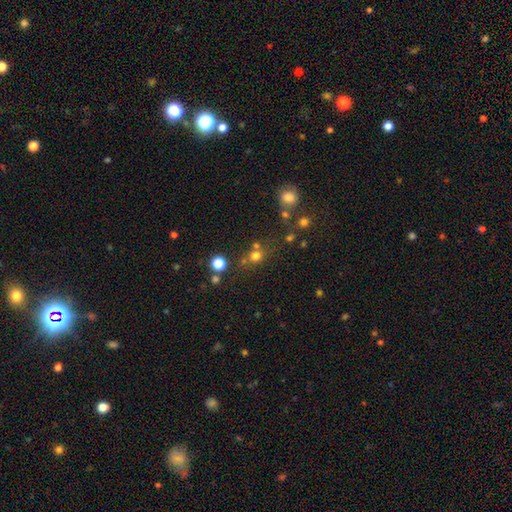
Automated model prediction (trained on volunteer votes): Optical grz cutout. It shows a smooth galaxy with no disk features (70%) that is round (83%). Merging: none (65%).